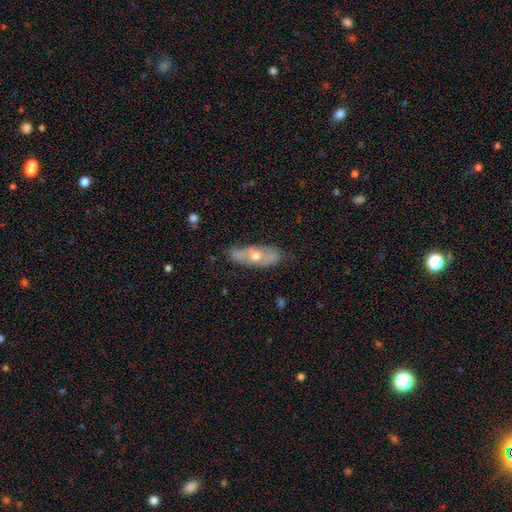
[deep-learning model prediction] smooth-or-featured: featured or disk: 56% | smooth: 37% | star or artifact: 7%
  disk-edge-on: no: 70% | yes: 30%
  merging: none: 69% | minor disturbance: 23% | major disturbance: 5% | merger: 3%